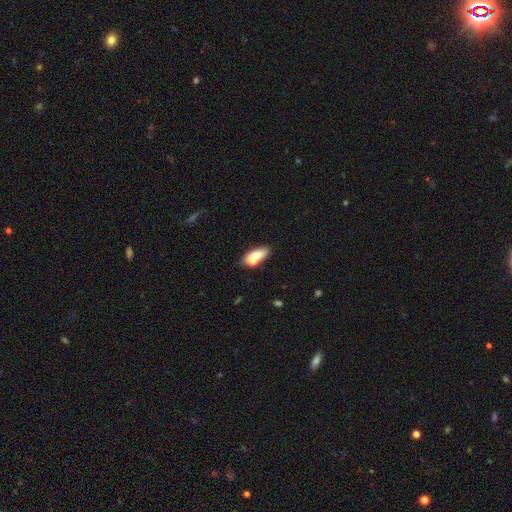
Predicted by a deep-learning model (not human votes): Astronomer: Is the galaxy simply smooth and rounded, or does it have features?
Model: smooth — 69%.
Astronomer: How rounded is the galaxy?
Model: in between — 74%.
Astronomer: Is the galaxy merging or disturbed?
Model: none — 46% (runner-up: merger, 34%).